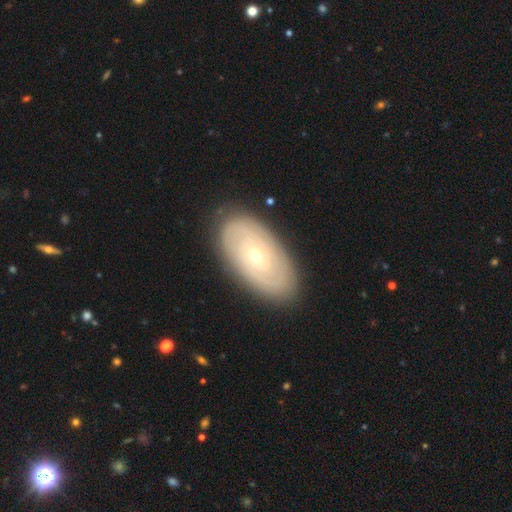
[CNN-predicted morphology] Smooth or featured? featured or disk (63%)
Edge-on disk? no (93%)
Bar? no (73%)
Spiral arms? yes (70%)
Bulge size? small (72%)
Merging? none (86%)